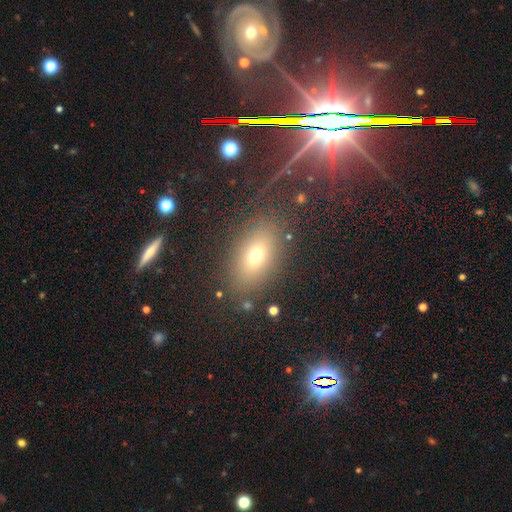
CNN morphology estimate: Overall: smooth (69%). How rounded: in between (79%). Merging: none (81%).